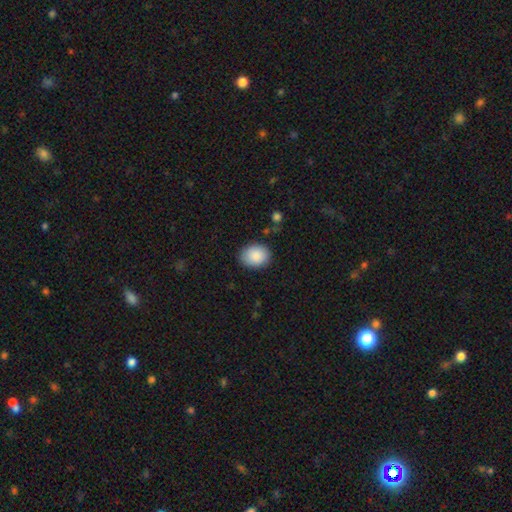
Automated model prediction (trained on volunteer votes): The model was most divided on "how rounded": in between: 56%, round: 43%, cigar-shaped: 1%. More confident: smooth or featured — smooth (89%); merging — none (86%).